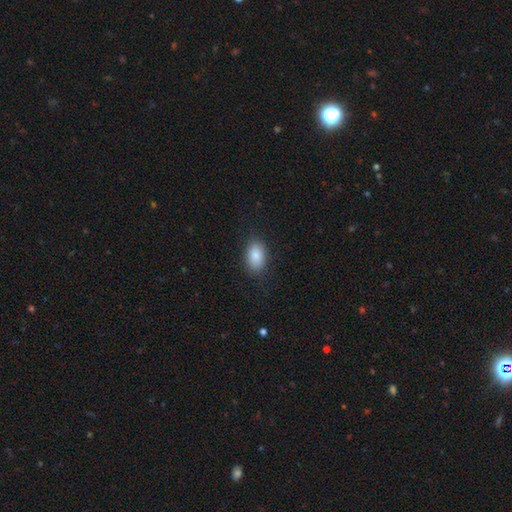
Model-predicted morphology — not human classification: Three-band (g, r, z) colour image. It shows a smooth galaxy with no disk features (87%) that is in between round and cigar-shaped (90%). Merging: none (85%).